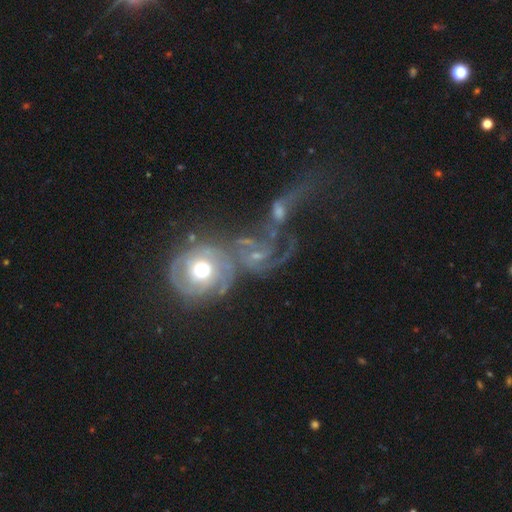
A featured or disk galaxy (92%) with no bar (53%), medium (46%) spiral arms (88%) and a moderate central bulge (59%).

Vote fractions:
- Smooth or featured? featured or disk: 92% / star or artifact: 5% / smooth: 3%
- Edge-on disk? no: 94% / yes: 6%
- Bar? no: 53% / weak: 34% / strong: 12%
- Spiral arms? yes: 88% / no: 12%
- Spiral winding? medium: 46% / loose: 29% / tight: 25%
- Spiral arm count? can't tell: 39% / 2: 36% / 1: 21% / 3: 4% / 4: 0% / more than 4: 0%
- Bulge size? moderate: 59% / small: 28% / large: 6% / dominant: 3% / none: 3%
- Merging? merger: 63% / none: 20% / major disturbance: 17% / minor disturbance: 0%